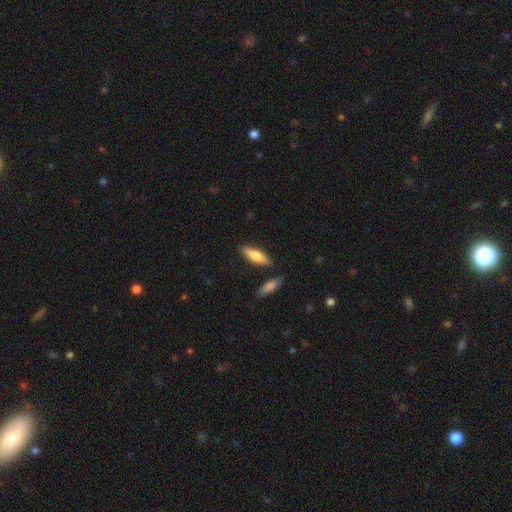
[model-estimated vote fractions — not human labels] Smooth or featured? smooth (72%)
How rounded? cigar-shaped (53%)
Merging? none (82%)